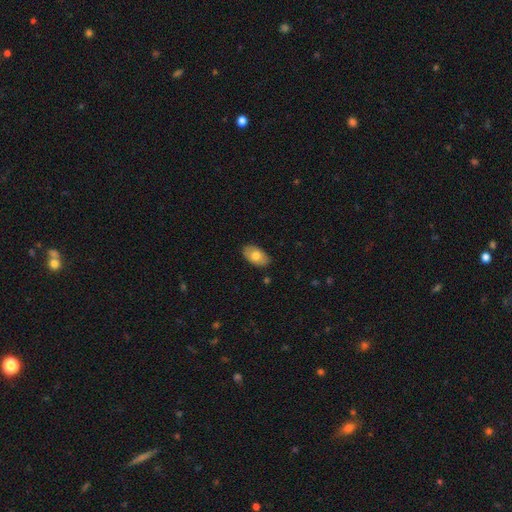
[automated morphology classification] Smooth or featured? Predicted: smooth (p=0.73). How rounded? Predicted: in between (p=0.93). Merging? Predicted: none (p=0.85).